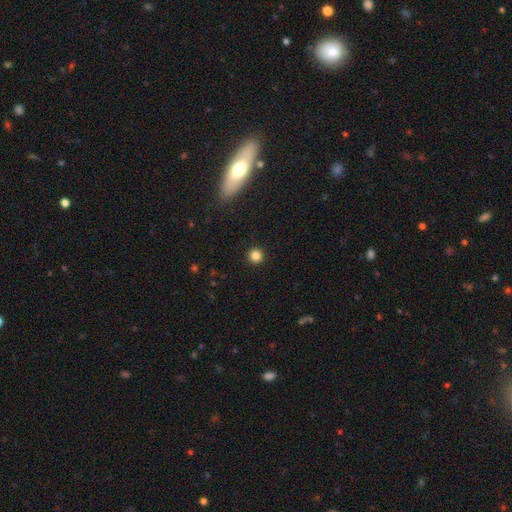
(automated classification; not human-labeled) Smooth or featured? Predicted: smooth (p=0.84). How rounded? Predicted: round (p=0.96). Merging? Predicted: none (p=0.93).